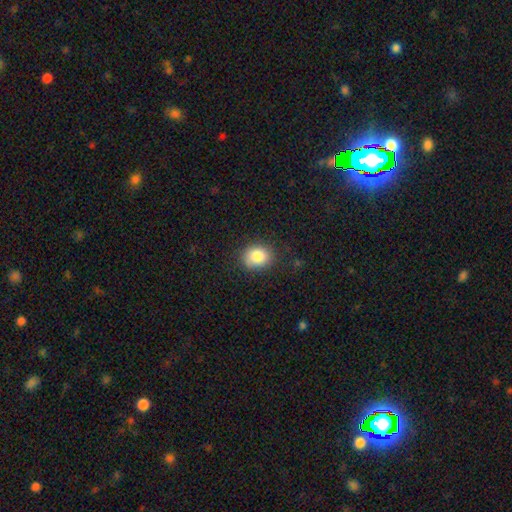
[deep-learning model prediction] A smooth galaxy with no disk features (85%) that is round (55%).

Vote fractions:
- Smooth or featured? smooth: 85% / star or artifact: 9% / featured or disk: 7%
- How rounded? round: 55% / in between: 44% / cigar-shaped: 1%
- Merging? none: 81% / minor disturbance: 14% / major disturbance: 4% / merger: 1%